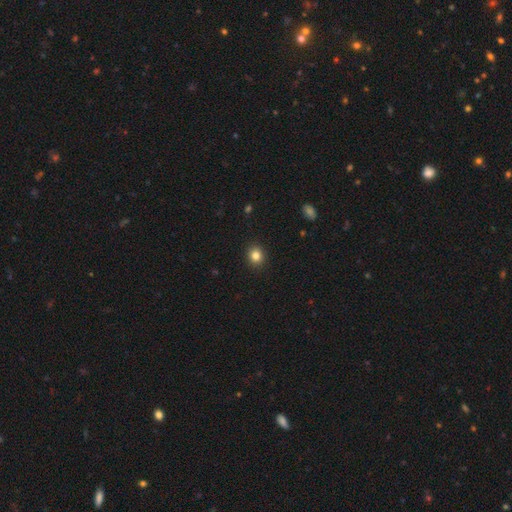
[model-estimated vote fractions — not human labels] The model was most divided on "how rounded": round: 77%, in between: 22%, cigar-shaped: 1%. More confident: merging — none (91%); smooth or featured — smooth (83%).